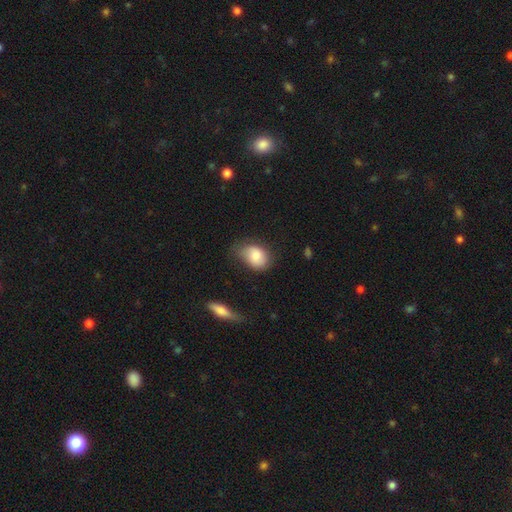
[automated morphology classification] Smooth or featured?
  - smooth: 77% *
  - featured or disk: 15%
  - star or artifact: 7%
How rounded?
  - in between: 71% *
  - round: 28%
  - cigar-shaped: 1%
Merging?
  - none: 52% *
  - minor disturbance: 35%
  - major disturbance: 10%
  - merger: 3%